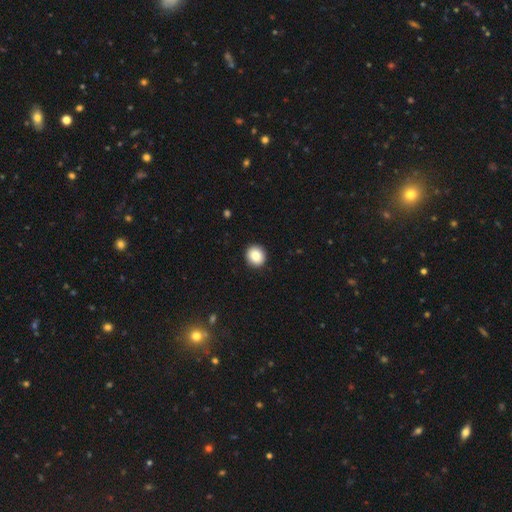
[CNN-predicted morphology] smooth-or-featured: smooth: 86% | star or artifact: 9% | featured or disk: 5%
  how-rounded: round: 85% | in between: 14% | cigar-shaped: 1%
  merging: none: 92% | minor disturbance: 5% | major disturbance: 2% | merger: 1%